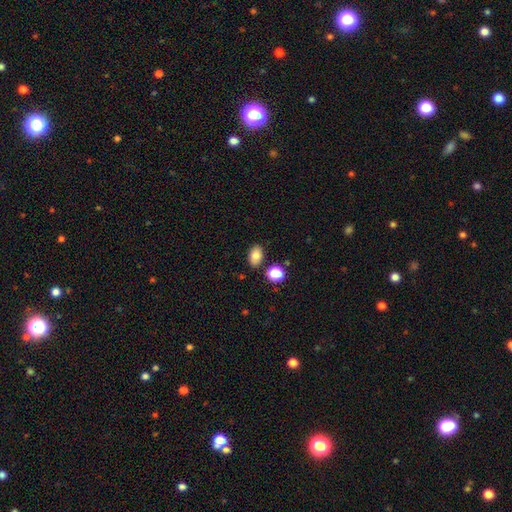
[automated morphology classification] Smooth or featured?
  - smooth: 83% *
  - star or artifact: 10%
  - featured or disk: 8%
How rounded?
  - in between: 86% *
  - round: 13%
  - cigar-shaped: 1%
Merging?
  - none: 81% *
  - minor disturbance: 10%
  - merger: 6%
  - major disturbance: 3%